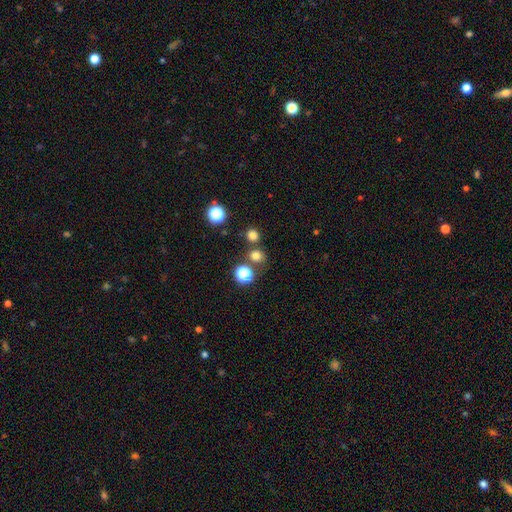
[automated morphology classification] A smooth galaxy with no disk features (73%) that is round (83%). Merging: none (71%).